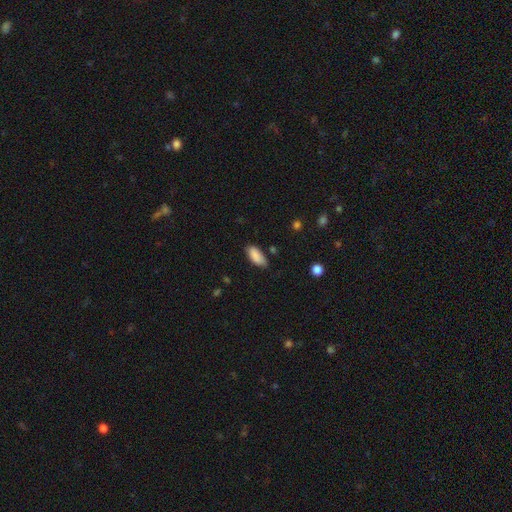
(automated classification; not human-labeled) smooth_or_featured: smooth (p=0.88) [alt: star or artifact p=0.07]
how_rounded: in between (p=0.86) [alt: cigar-shaped p=0.12]
merging: none (p=0.75) [alt: minor disturbance p=0.20]